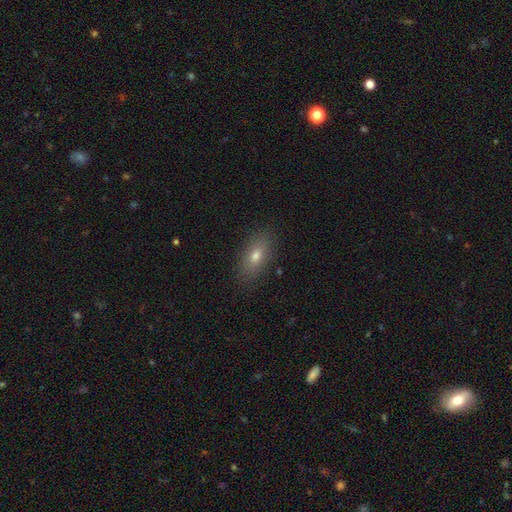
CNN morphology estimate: Smooth or featured? Predicted: smooth (p=0.74). How rounded? Predicted: in between (p=0.82). Merging? Predicted: none (p=0.86).